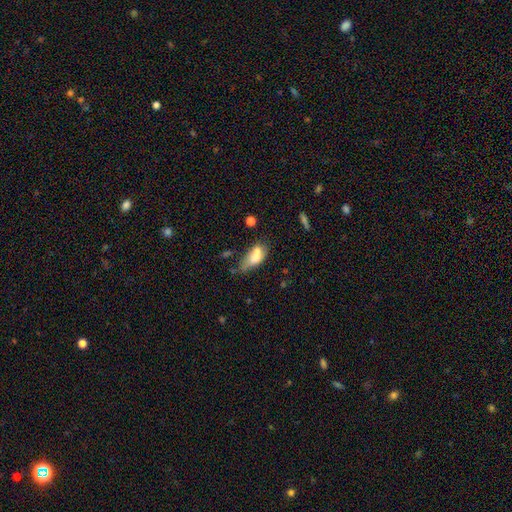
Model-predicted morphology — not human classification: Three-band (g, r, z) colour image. It shows a smooth galaxy with no disk features (67%) that is in between round and cigar-shaped (81%). Merging: minor disturbance (31%, tied with none).